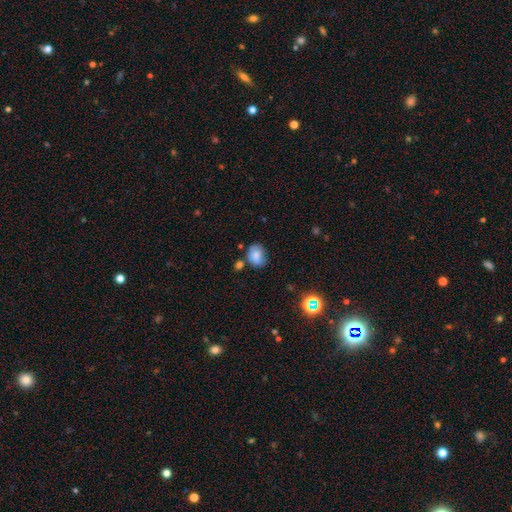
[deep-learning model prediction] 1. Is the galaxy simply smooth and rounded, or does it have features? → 76% smooth, 13% featured or disk, 11% star or artifact.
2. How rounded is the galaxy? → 50% in between, 49% round, 1% cigar-shaped.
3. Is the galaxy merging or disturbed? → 61% none, 23% minor disturbance, 10% merger, 6% major disturbance.